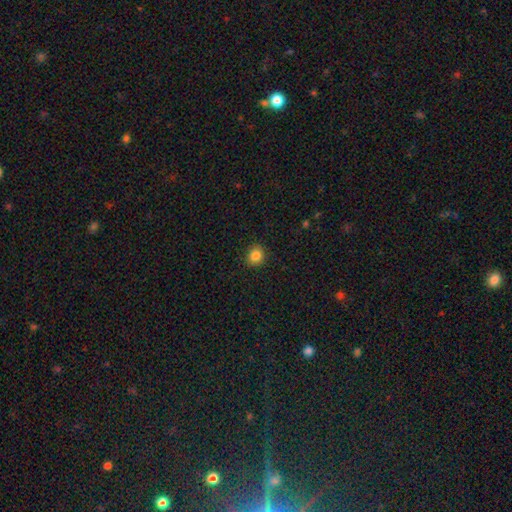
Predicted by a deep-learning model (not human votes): Smooth or featured: smooth — 85% (star or artifact — 11%)
How rounded: round — 81% (in between — 18%)
Merging: none — 90% (minor disturbance — 7%)